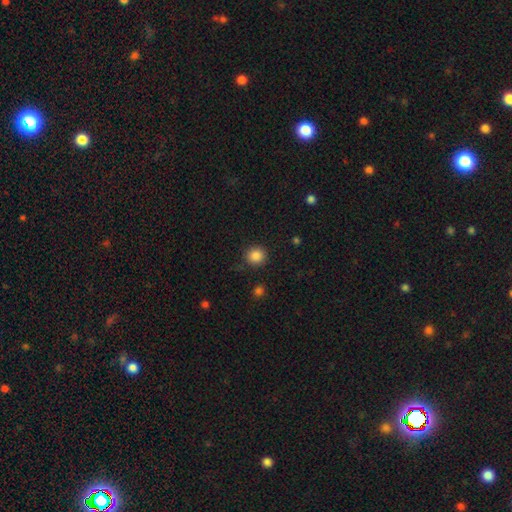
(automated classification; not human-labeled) Overall: smooth (86%). How rounded: round (88%). Merging: none (86%).